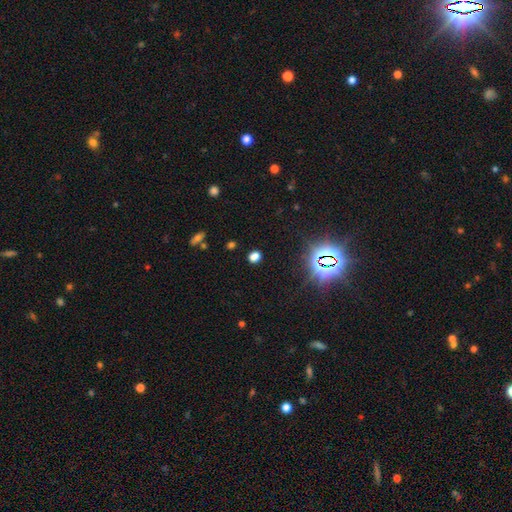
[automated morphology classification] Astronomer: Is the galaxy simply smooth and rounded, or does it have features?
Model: smooth — 57% (runner-up: star or artifact, 37%).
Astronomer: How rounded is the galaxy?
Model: round — 58% (runner-up: in between, 40%).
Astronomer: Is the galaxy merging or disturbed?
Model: none — 84%.